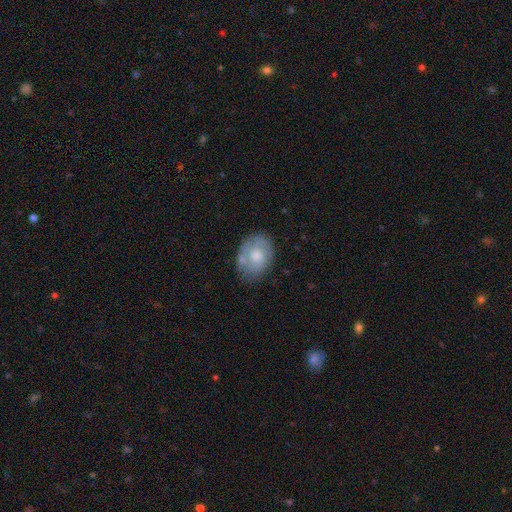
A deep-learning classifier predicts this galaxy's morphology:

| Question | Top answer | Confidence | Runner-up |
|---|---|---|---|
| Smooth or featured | smooth | 56% | featured or disk (37%) |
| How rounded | in between | 66% | round (33%) |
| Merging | none | 62% | minor disturbance (24%) |